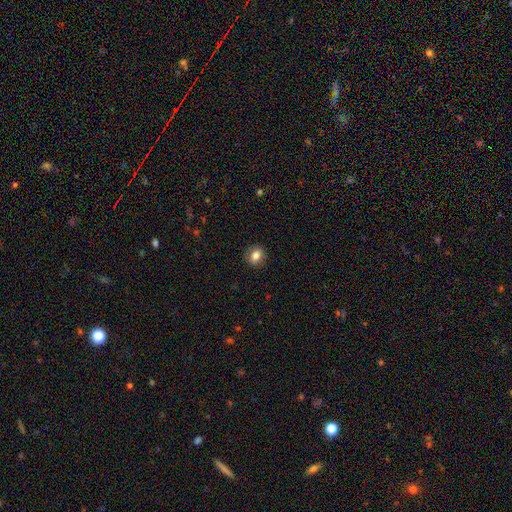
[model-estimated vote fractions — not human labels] This appears to be a smooth galaxy with no disk features (82%) that is round (59%). Merging: none (89%).